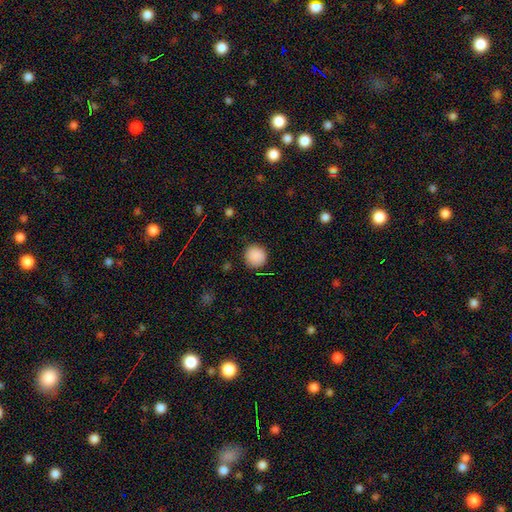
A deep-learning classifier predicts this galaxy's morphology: smooth 88%, star or artifact 9%, featured or disk 3%. Down the decision tree: how rounded — round (94%); merging — none (87%).